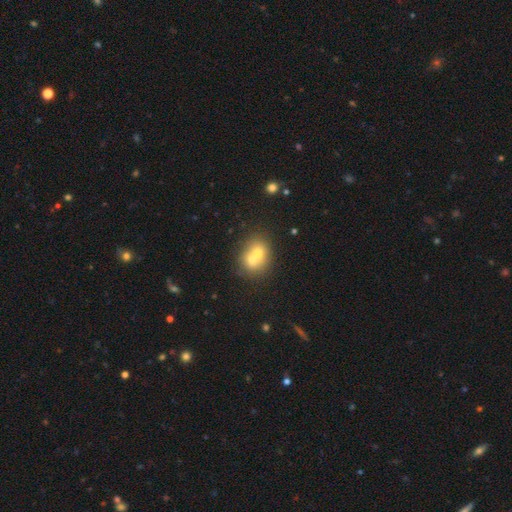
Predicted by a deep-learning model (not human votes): Smooth or featured?
  - smooth: 65% *
  - featured or disk: 25%
  - star or artifact: 10%
How rounded?
  - round: 61% *
  - in between: 38%
  - cigar-shaped: 1%
Merging?
  - merger: 65% *
  - none: 26%
  - minor disturbance: 6%
  - major disturbance: 3%